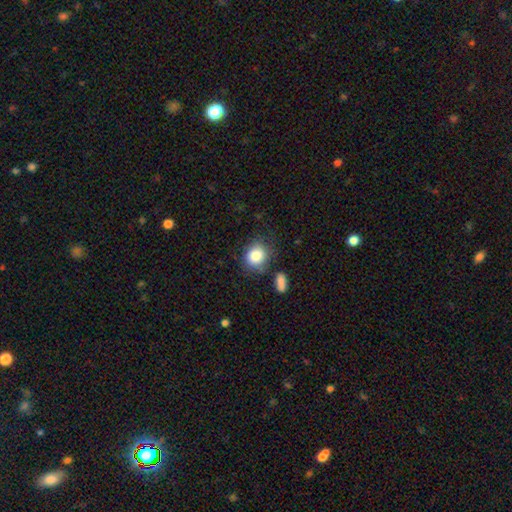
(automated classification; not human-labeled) Smooth or featured? smooth (84%)
How rounded? round (71%)
Merging? none (70%)